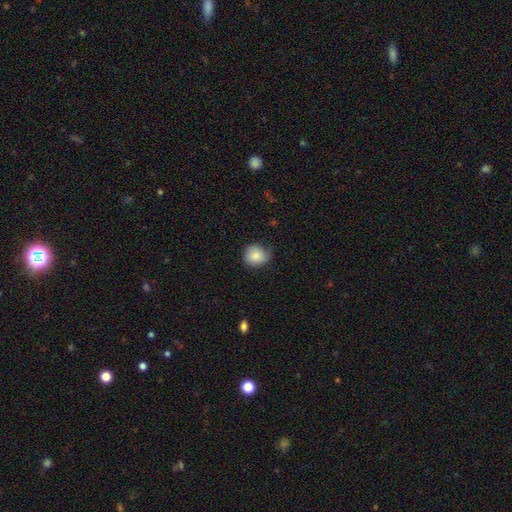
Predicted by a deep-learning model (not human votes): This is clearly a smooth galaxy (83%). How rounded: likely round (74%). Merging: likely none (62%).